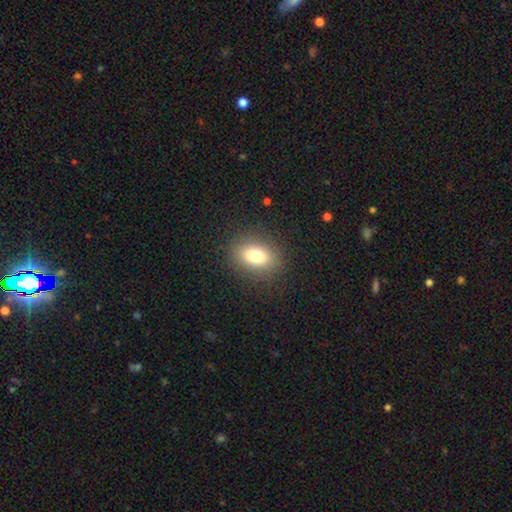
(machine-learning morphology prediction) Smooth or featured? Predicted: smooth (p=0.78). How rounded? Predicted: in between (p=0.73). Merging? Predicted: none (p=0.86).